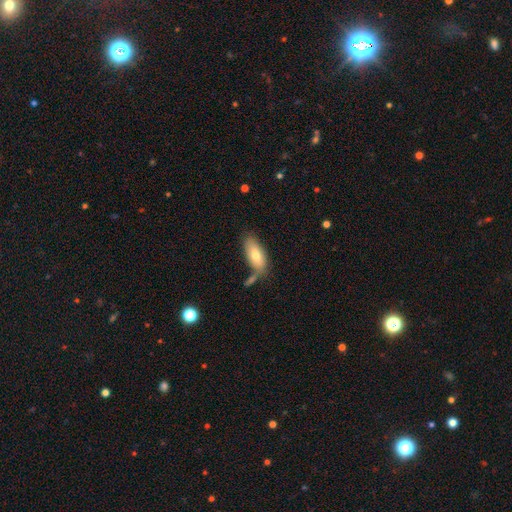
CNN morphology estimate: A smooth galaxy with no disk features (74%) that is in between round and cigar-shaped (85%). Merging: none (59%).